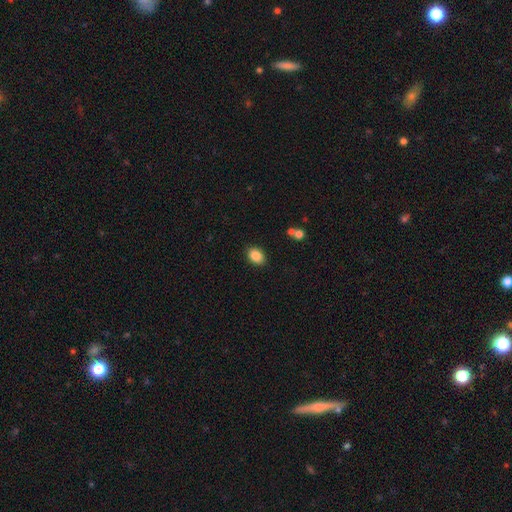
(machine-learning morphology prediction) A smooth galaxy with no disk features (87%) that is in between round and cigar-shaped (79%).

Vote fractions:
- Smooth or featured? smooth: 87% / star or artifact: 8% / featured or disk: 5%
- How rounded? in between: 79% / round: 20% / cigar-shaped: 1%
- Merging? none: 88% / minor disturbance: 8% / major disturbance: 2% / merger: 2%